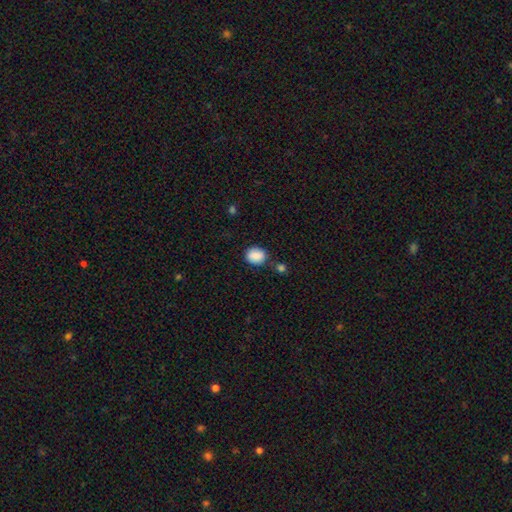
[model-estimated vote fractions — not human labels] Overall: smooth (88%). How rounded: round (61%; in between 38%). Merging: none (76%).